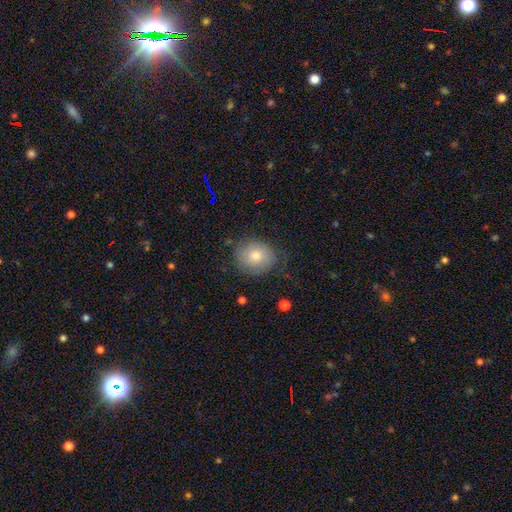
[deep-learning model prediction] A smooth galaxy with no disk features (74%) that is round (71%). Merging: none (74%).